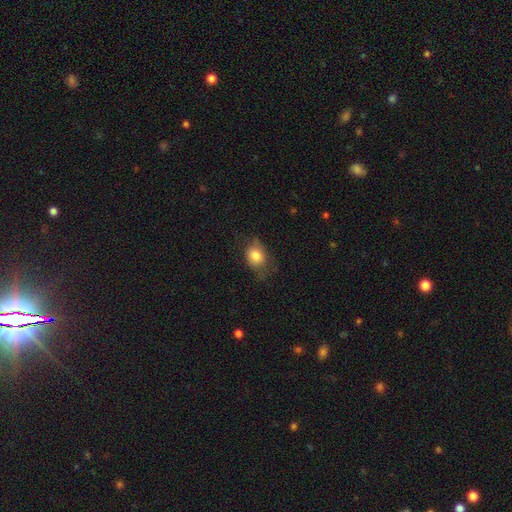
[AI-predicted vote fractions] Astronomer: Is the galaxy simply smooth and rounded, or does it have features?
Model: smooth — 78%.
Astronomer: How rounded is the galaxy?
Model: in between — 53% (runner-up: round, 45%).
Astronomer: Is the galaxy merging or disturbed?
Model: none — 51% (runner-up: minor disturbance, 31%).